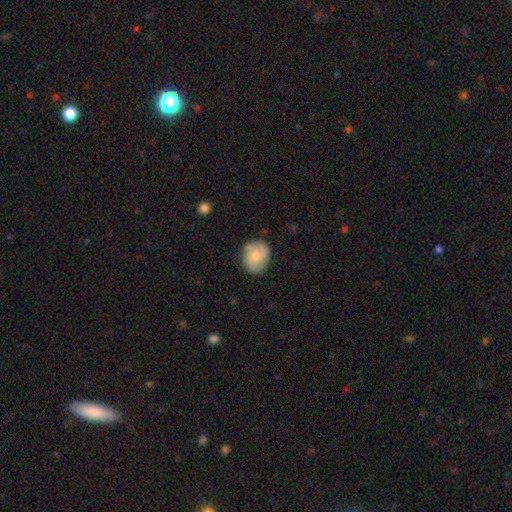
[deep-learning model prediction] The model was most divided on "how rounded": round: 61%, in between: 38%, cigar-shaped: 1%. More confident: merging — none (73%); smooth or featured — smooth (73%).